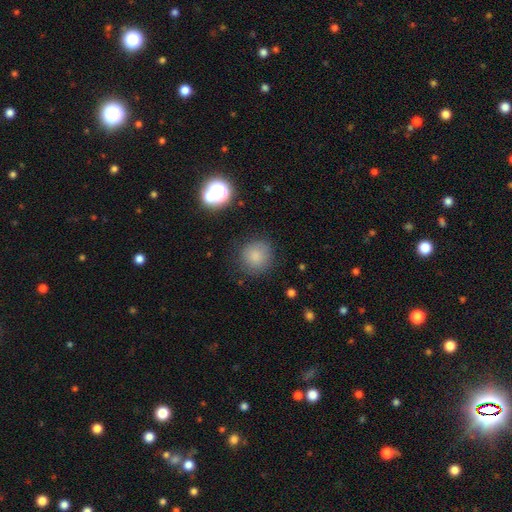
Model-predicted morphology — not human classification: type=smooth (82%); roundness=round (92%); merging=none (83%).